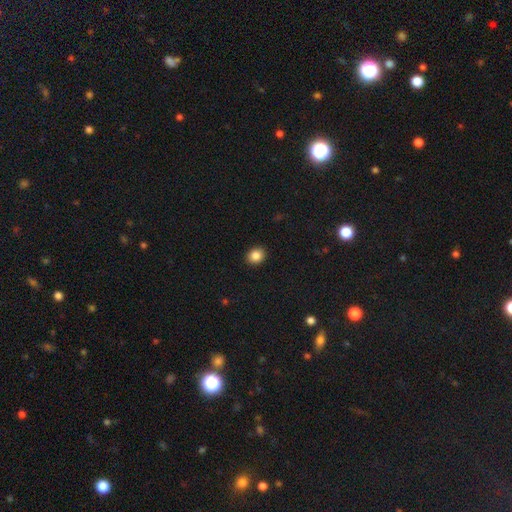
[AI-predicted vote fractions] Smooth or featured? Predicted: smooth (p=0.86). How rounded? Predicted: round (p=0.63). Merging? Predicted: none (p=0.91).